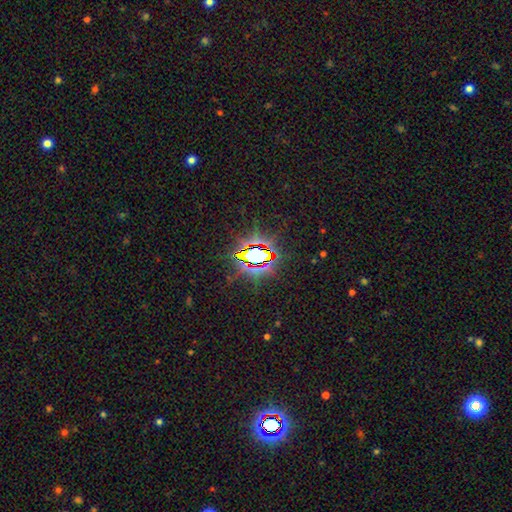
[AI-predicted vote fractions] A star or artifact, not a galaxy (80%).